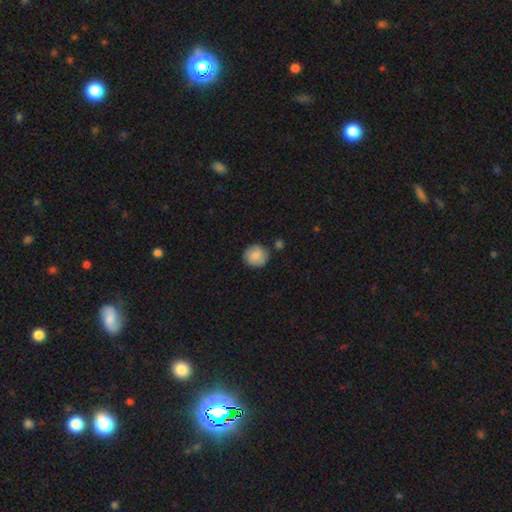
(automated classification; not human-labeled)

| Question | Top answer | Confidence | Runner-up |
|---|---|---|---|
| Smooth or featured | smooth | 82% | featured or disk (10%) |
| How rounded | round | 88% | in between (11%) |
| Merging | none | 80% | minor disturbance (13%) |